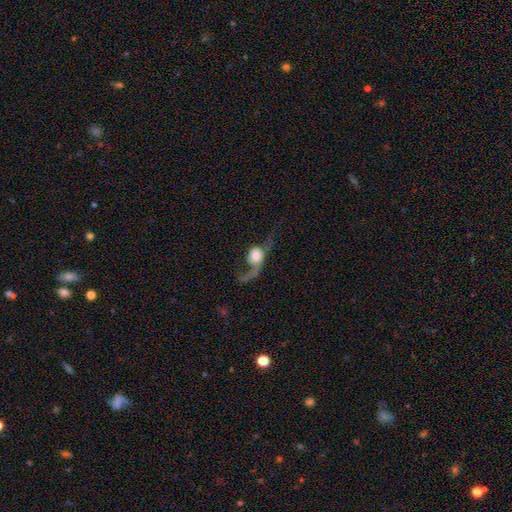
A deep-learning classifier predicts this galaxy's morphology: type=featured or disk (55%); edge-on=no (86%); merging=major disturbance (54%).